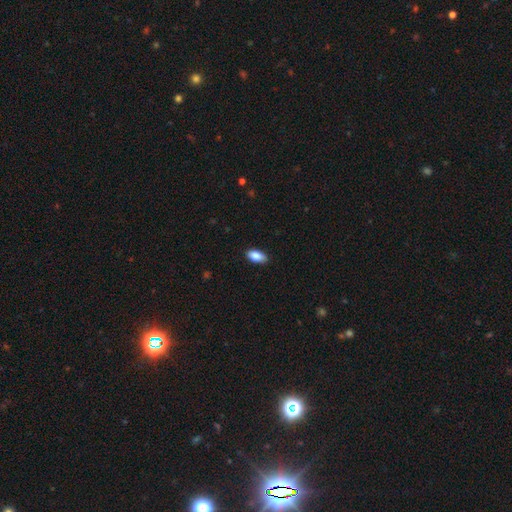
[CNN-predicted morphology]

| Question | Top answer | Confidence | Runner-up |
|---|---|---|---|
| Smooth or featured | smooth | 86% | featured or disk (7%) |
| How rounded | in between | 91% | cigar-shaped (6%) |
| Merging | none | 87% | minor disturbance (10%) |